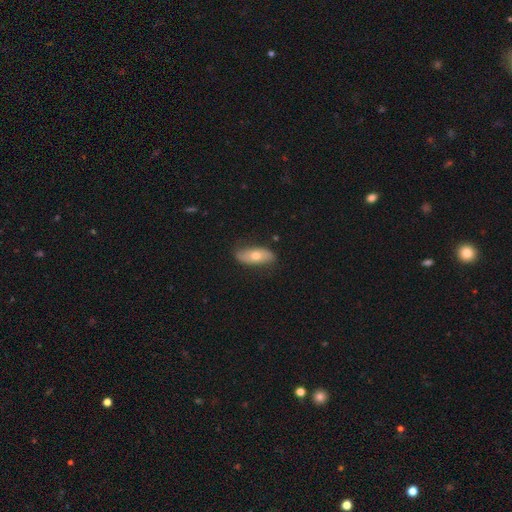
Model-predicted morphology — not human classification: Q: Smooth or featured?
A: smooth (59%); runner-up: featured or disk (36%)
Q: How rounded?
A: in between (83%); runner-up: cigar-shaped (14%)
Q: Merging?
A: none (76%); runner-up: minor disturbance (19%)